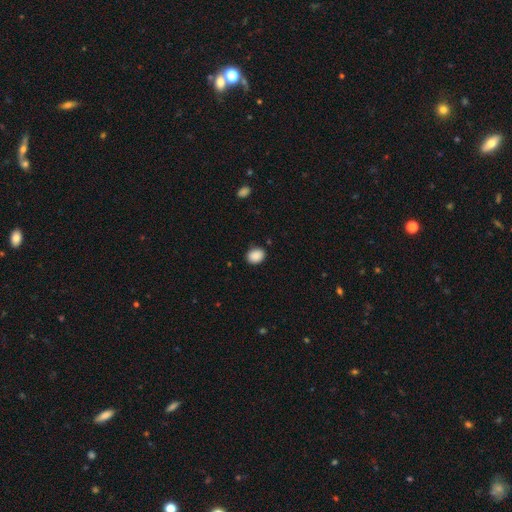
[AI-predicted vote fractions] Smooth or featured: smooth — 89% (star or artifact — 8%)
How rounded: in between — 55% (round — 44%)
Merging: none — 87% (minor disturbance — 10%)